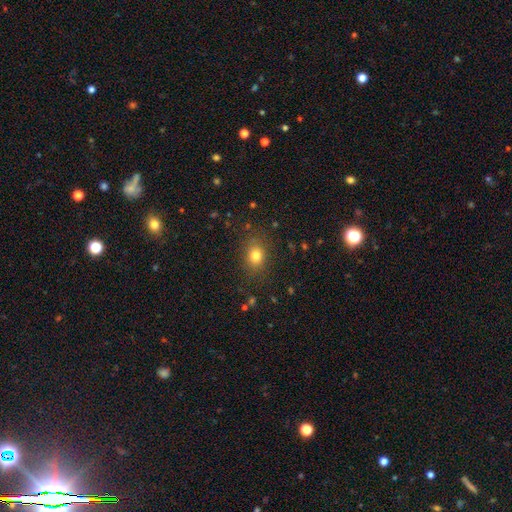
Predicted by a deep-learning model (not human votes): A smooth galaxy with no disk features (79%) that is in between round and cigar-shaped (50%).

Vote fractions:
- Smooth or featured? smooth: 79% / star or artifact: 13% / featured or disk: 8%
- How rounded? in between: 50% / round: 48% / cigar-shaped: 1%
- Merging? none: 83% / minor disturbance: 11% / major disturbance: 4% / merger: 1%